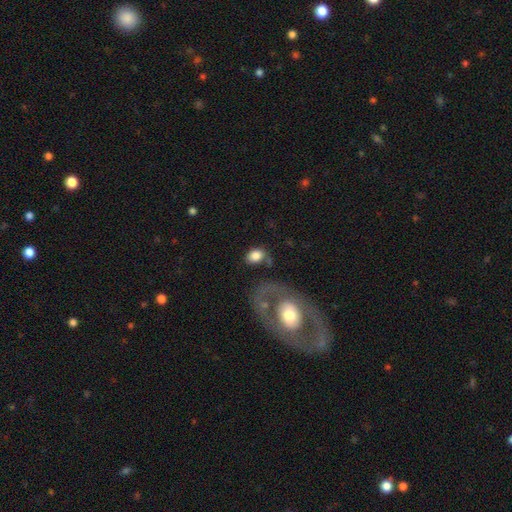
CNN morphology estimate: smooth_or_featured: smooth (p=0.77) [alt: featured or disk p=0.16]
how_rounded: in between (p=0.61) [alt: round p=0.38]
merging: none (p=0.52) [alt: minor disturbance p=0.16]